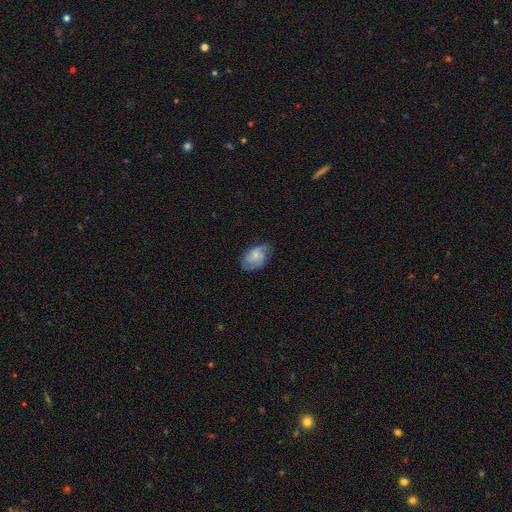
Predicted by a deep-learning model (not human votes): Morphology: type=featured or disk (56%); edge-on=no (97%); bar=no (64%); spiral arms=yes (90%); bulge=small (50%); merging=none (67%).